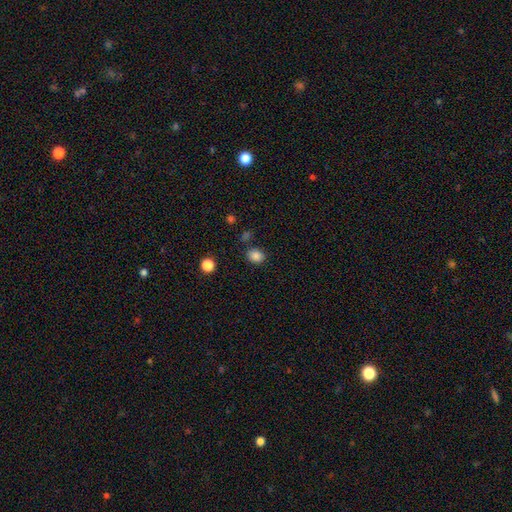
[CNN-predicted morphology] Overall: smooth (84%). How rounded: round (55%; in between 44%). Merging: none (80%).